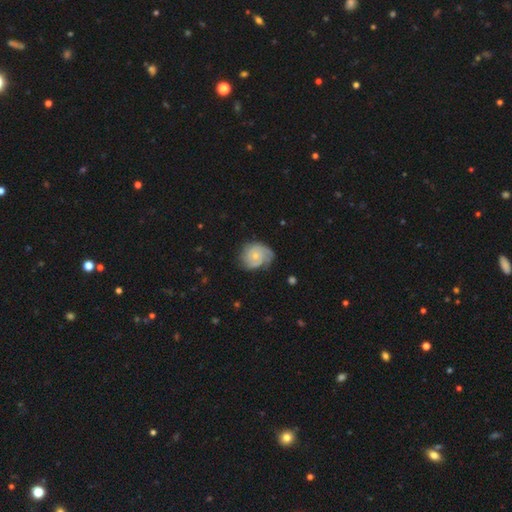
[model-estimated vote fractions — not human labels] Overall: featured or disk (72%). Edge-on disk: no (98%). Bar: no (80%). Spiral arms: yes (92%). Spiral arm count: 2 (28%; can't tell 27%). Spiral winding: tight (60%; medium 29%). Bulge size: small (61%; moderate 35%). Merging: none (61%; minor disturbance 27%).